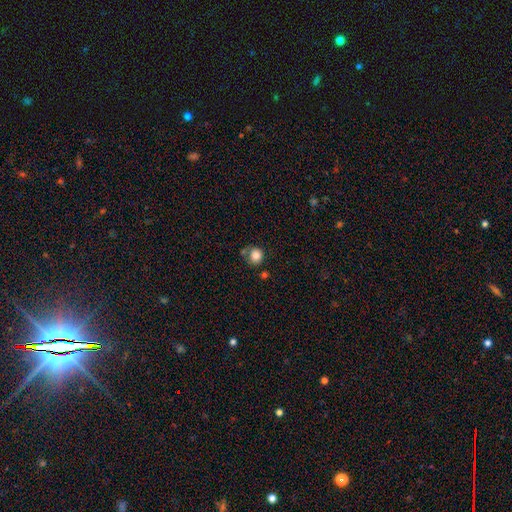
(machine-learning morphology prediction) This appears to be a smooth galaxy with no disk features (83%) that is round (87%). Merging: none (67%).